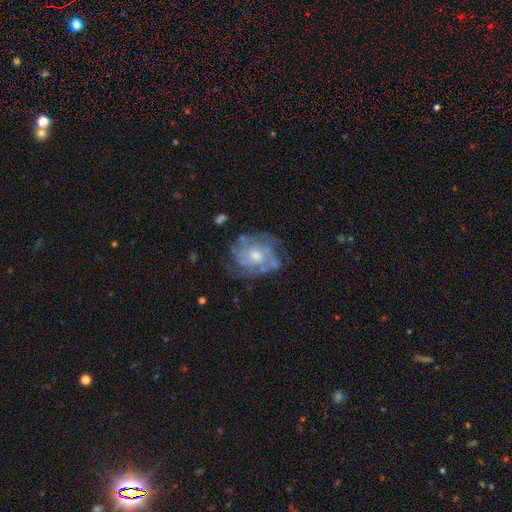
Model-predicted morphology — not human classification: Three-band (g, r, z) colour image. It shows a featured or disk galaxy (81%) with no bar (75%), tight (59%) spiral arms (88%) and a moderate central bulge (53%). Merging: none (69%).